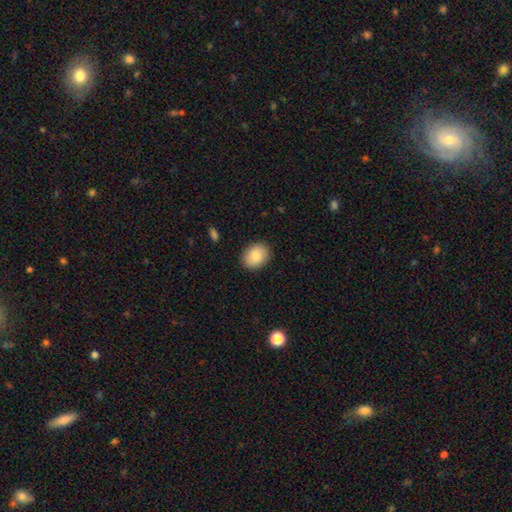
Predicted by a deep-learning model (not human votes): Q: Smooth or featured?
A: smooth (86%); runner-up: featured or disk (7%)
Q: How rounded?
A: in between (58%); runner-up: round (41%)
Q: Merging?
A: none (88%); runner-up: minor disturbance (9%)